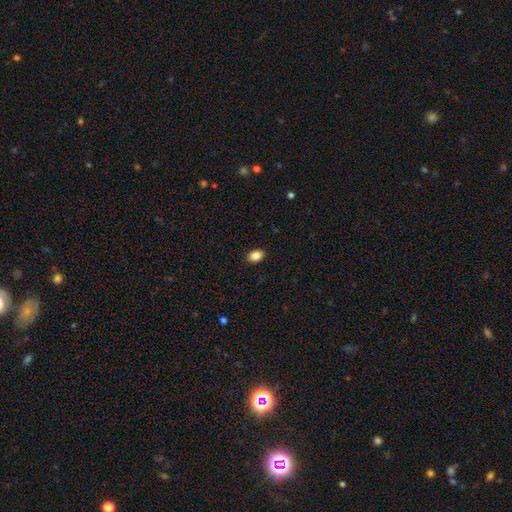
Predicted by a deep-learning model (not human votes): Overall: smooth (87%). How rounded: in between (83%). Merging: none (90%).